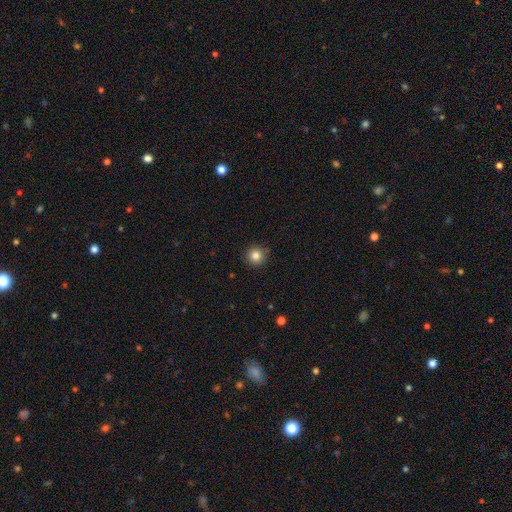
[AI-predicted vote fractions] smooth 83%, star or artifact 11%, featured or disk 5%. Down the decision tree: how rounded — round (95%); merging — none (92%).